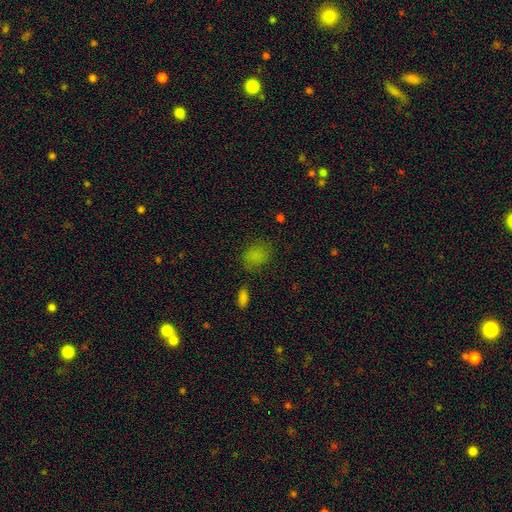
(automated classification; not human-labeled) Q: Smooth or featured?
A: smooth (78%); runner-up: star or artifact (15%)
Q: How rounded?
A: in between (62%); runner-up: round (36%)
Q: Merging?
A: none (67%); runner-up: minor disturbance (22%)